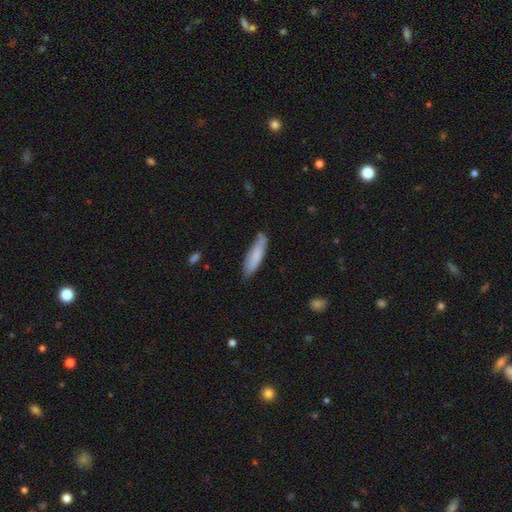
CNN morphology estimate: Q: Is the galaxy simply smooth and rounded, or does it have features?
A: smooth — 79%.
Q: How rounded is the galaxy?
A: cigar-shaped — 74%.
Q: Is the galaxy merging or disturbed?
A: none — 75%.